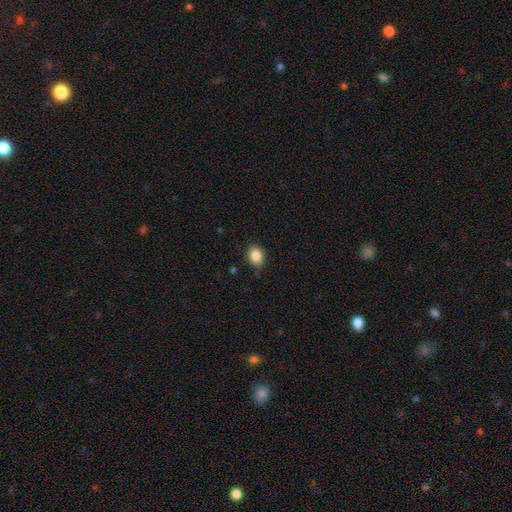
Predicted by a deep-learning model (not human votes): This is clearly a smooth galaxy (87%). How rounded: possibly in between (50%). Merging: clearly none (83%).